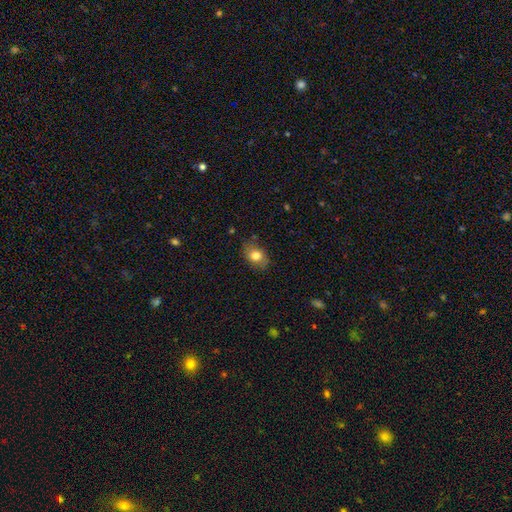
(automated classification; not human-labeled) smooth 79%, featured or disk 12%, star or artifact 9%. Down the decision tree: how rounded — in between (68%); merging — none (77%).